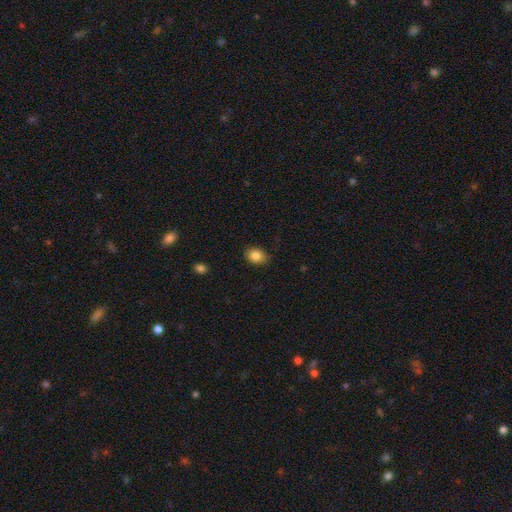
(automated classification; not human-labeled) Smooth or featured? Predicted: smooth (p=0.85). How rounded? Predicted: in between (p=0.66). Merging? Predicted: none (p=0.83).